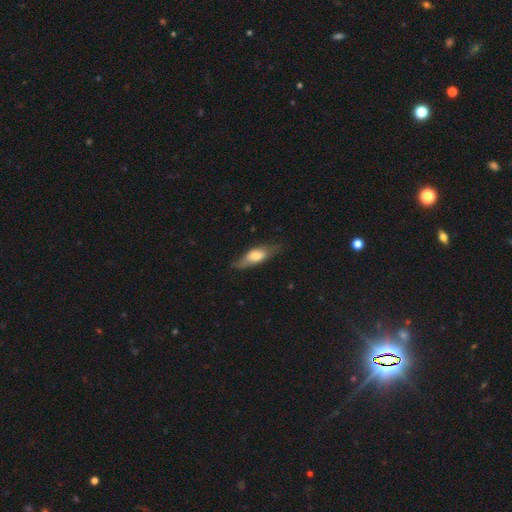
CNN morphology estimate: Overall: smooth (59%; featured or disk 35%). How rounded: in between (67%; cigar-shaped 30%). Merging: none (66%).